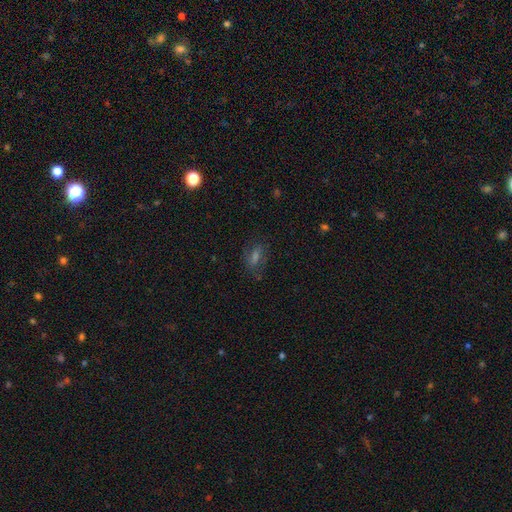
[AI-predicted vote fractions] This appears to be a smooth galaxy with no disk features (44%). Merging: none (70%).